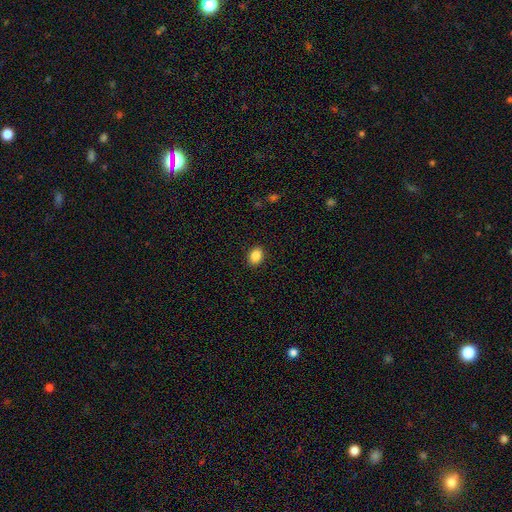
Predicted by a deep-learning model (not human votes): A smooth galaxy with no disk features (87%) that is in between round and cigar-shaped (68%).

Vote fractions:
- Smooth or featured? smooth: 87% / star or artifact: 9% / featured or disk: 4%
- How rounded? in between: 68% / round: 31% / cigar-shaped: 1%
- Merging? none: 90% / minor disturbance: 7% / major disturbance: 2% / merger: 1%